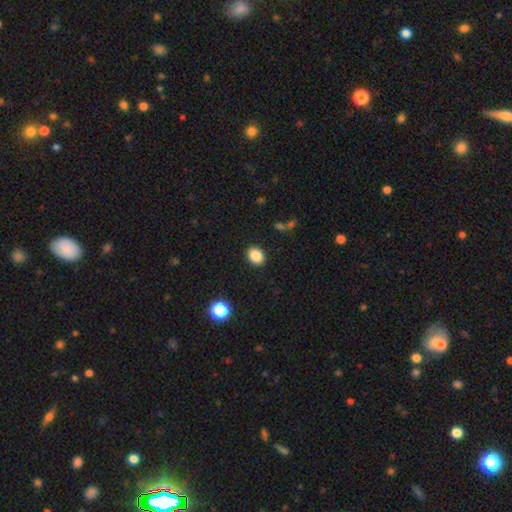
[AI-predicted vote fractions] This appears to be a smooth galaxy with no disk features (87%) that is in between round and cigar-shaped (55%). Merging: none (89%).